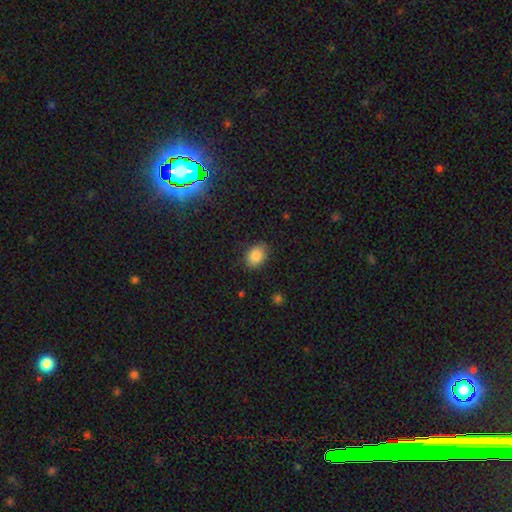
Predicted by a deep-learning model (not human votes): smooth 87%, star or artifact 8%, featured or disk 5%. Down the decision tree: how rounded — in between (67%); merging — none (82%).